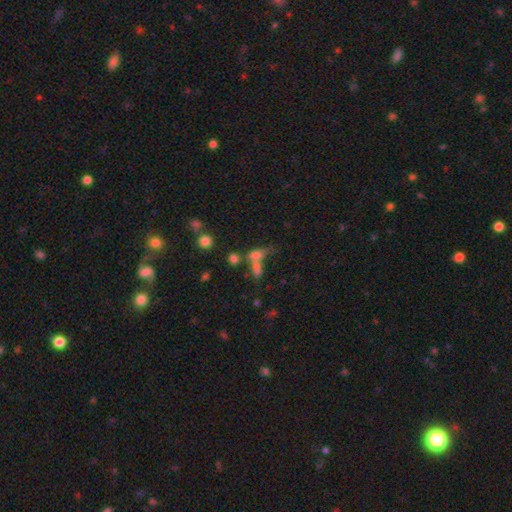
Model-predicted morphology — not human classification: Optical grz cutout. It shows a smooth galaxy with no disk features (59%) that is in between round and cigar-shaped (61%). Merging: merger (49%).